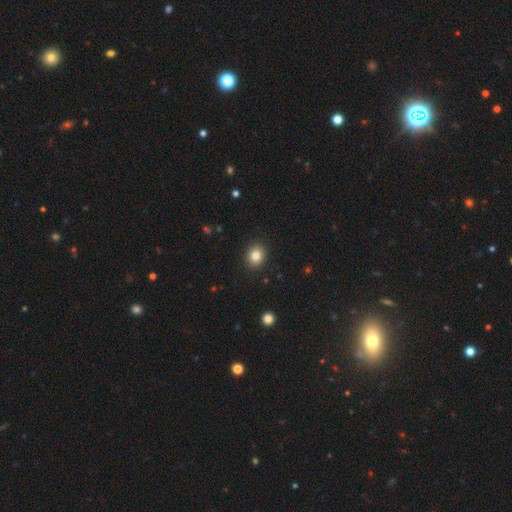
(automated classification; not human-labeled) A smooth galaxy with no disk features (84%) that is round (63%).

Vote fractions:
- Smooth or featured? smooth: 84% / star or artifact: 10% / featured or disk: 6%
- How rounded? round: 63% / in between: 36% / cigar-shaped: 1%
- Merging? none: 90% / minor disturbance: 7% / major disturbance: 2% / merger: 1%